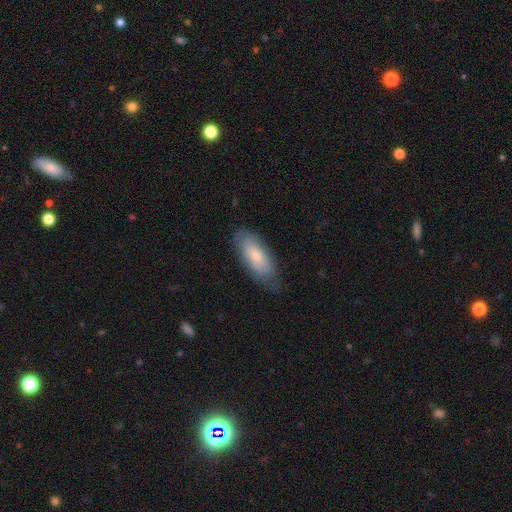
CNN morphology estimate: type=smooth (65%); roundness=in between (79%); merging=none (72%).